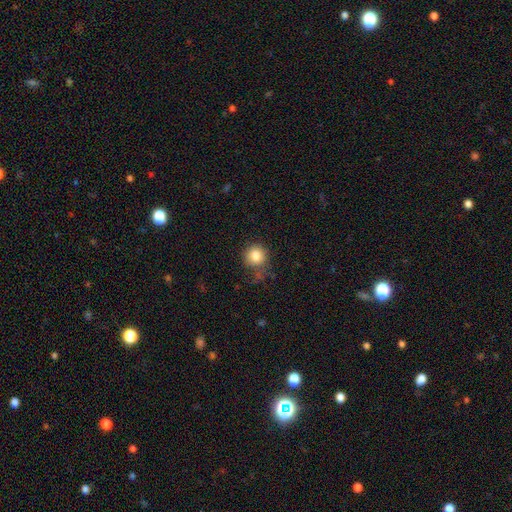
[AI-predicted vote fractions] This is clearly a smooth galaxy (83%). How rounded: clearly round (92%). Merging: likely none (68%).